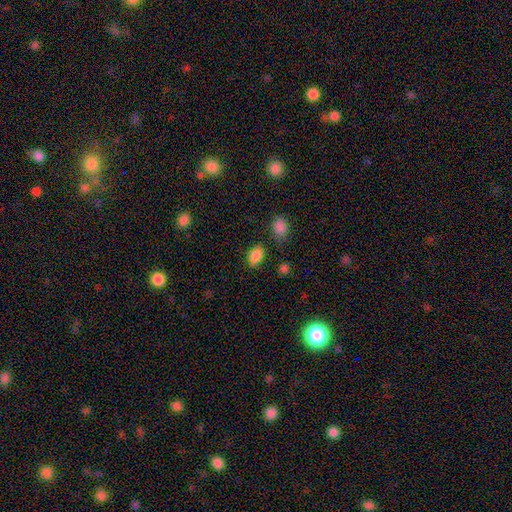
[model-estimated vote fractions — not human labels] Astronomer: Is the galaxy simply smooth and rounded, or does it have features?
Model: smooth — 86%.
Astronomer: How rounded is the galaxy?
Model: in between — 89%.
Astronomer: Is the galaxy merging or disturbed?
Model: none — 79%.